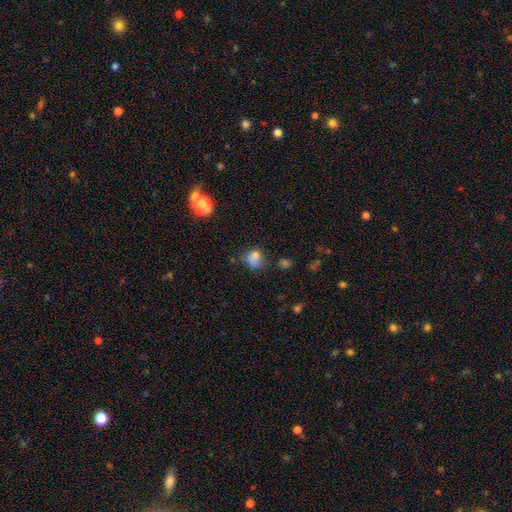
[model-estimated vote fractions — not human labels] Smooth or featured? smooth (77%)
How rounded? round (57%)
Merging? none (50%)